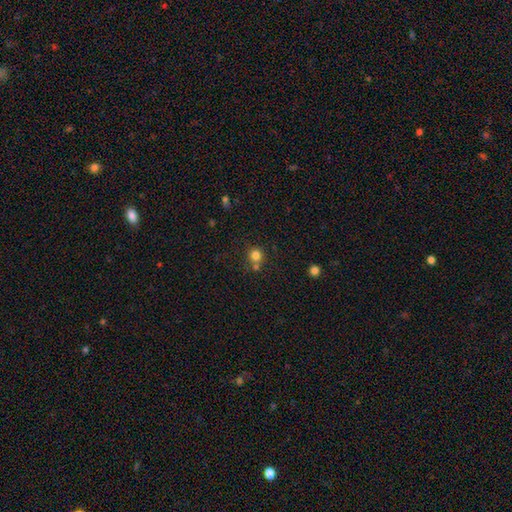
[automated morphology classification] Q: Smooth or featured?
A: smooth (80%); runner-up: star or artifact (13%)
Q: How rounded?
A: round (90%); runner-up: in between (9%)
Q: Merging?
A: none (63%); runner-up: merger (23%)